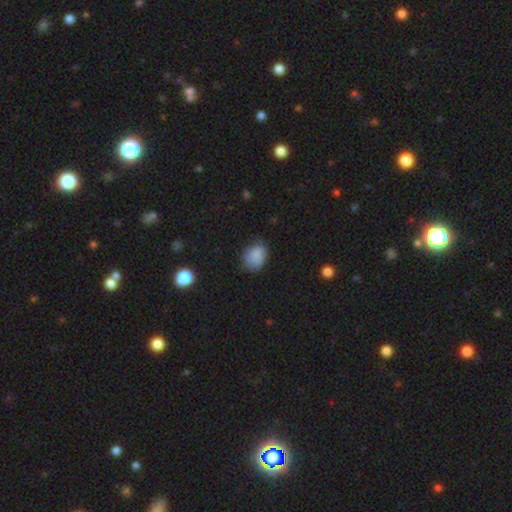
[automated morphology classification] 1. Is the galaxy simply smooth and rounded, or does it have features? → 84% smooth, 9% star or artifact, 7% featured or disk.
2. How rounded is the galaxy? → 61% in between, 38% round, 1% cigar-shaped.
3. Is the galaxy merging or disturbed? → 61% none, 31% minor disturbance, 6% major disturbance, 2% merger.